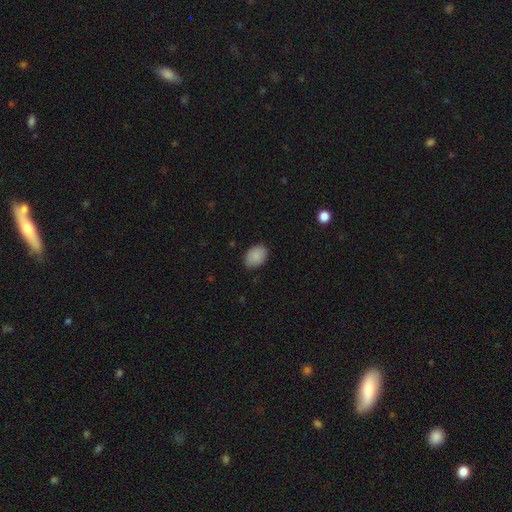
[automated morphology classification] This appears to be a smooth galaxy with no disk features (89%) that is in between round and cigar-shaped (80%). Merging: none (86%).